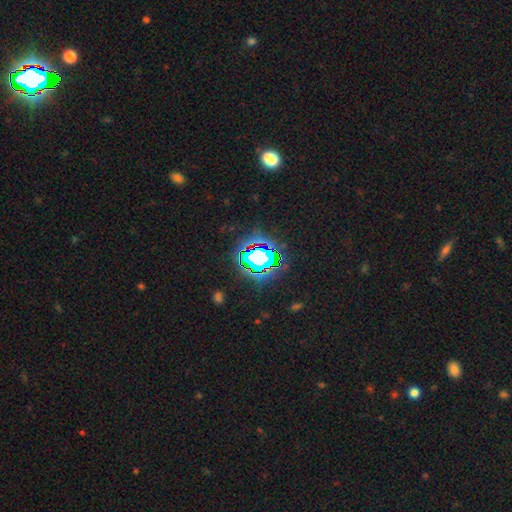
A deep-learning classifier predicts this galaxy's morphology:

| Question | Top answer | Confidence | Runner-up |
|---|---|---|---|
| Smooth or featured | star or artifact | 67% | smooth (20%) |